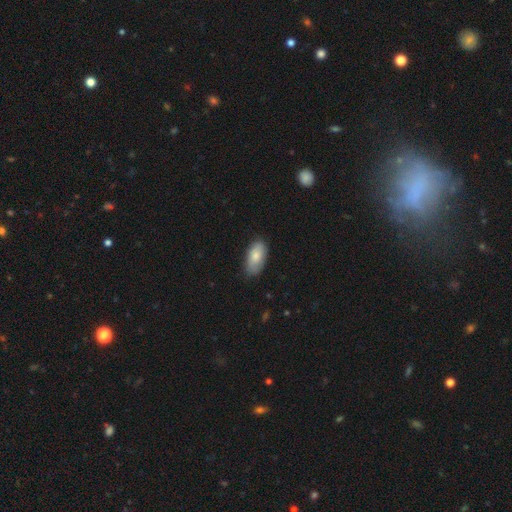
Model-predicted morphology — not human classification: Smooth or featured: smooth — 81% (featured or disk — 13%)
How rounded: in between — 93% (cigar-shaped — 4%)
Merging: none — 81% (minor disturbance — 16%)